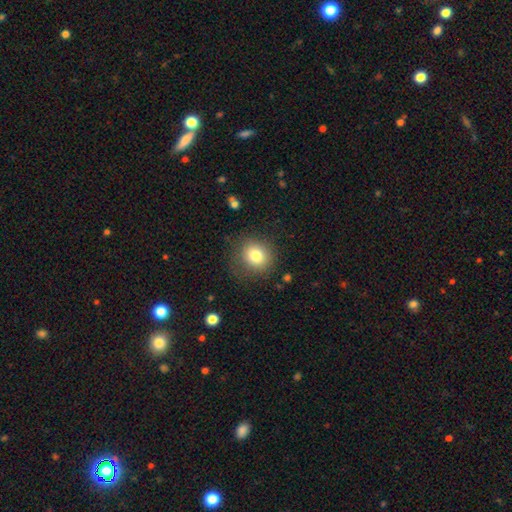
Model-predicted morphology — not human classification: Smooth or featured? smooth (80%)
How rounded? round (82%)
Merging? none (79%)